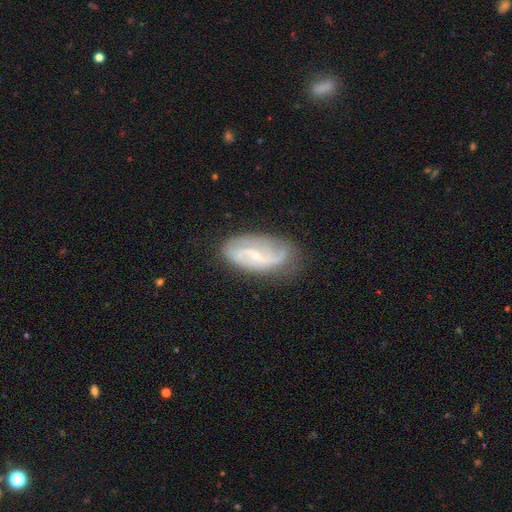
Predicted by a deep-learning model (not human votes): Overall: featured or disk (79%). Edge-on disk: no (95%). Bar: weak (46%; no 38%). Spiral arms: yes (93%). Spiral arm count: 2 (62%). Spiral winding: medium (44%; loose 30%). Bulge size: small (75%). Merging: none (66%).